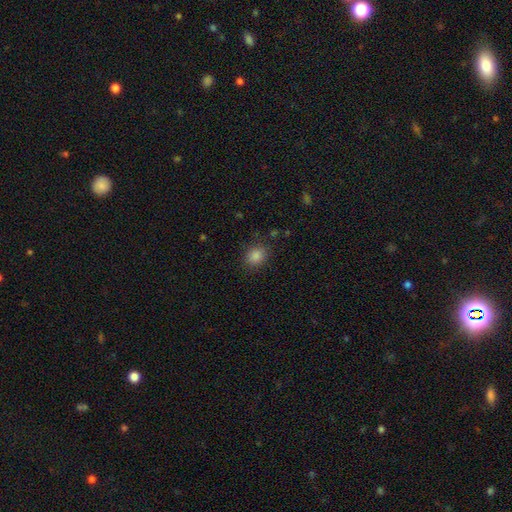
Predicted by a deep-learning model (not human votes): smooth_or_featured: smooth (p=0.84) [alt: star or artifact p=0.12]
how_rounded: round (p=0.57) [alt: in between p=0.42]
merging: none (p=0.85) [alt: minor disturbance p=0.10]